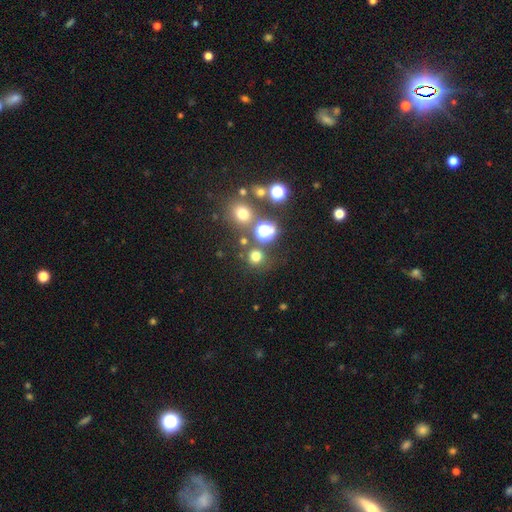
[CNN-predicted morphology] A smooth galaxy with no disk features (69%) that is round (91%). Merging: none (78%).